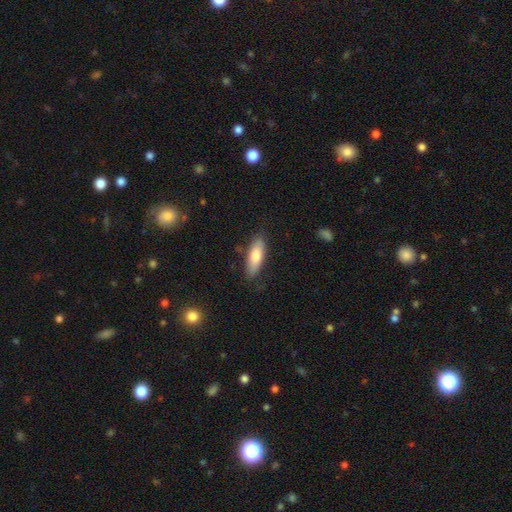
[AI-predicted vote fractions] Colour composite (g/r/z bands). It shows a smooth galaxy with no disk features (78%) that is in between round and cigar-shaped (63%). Merging: none (80%).